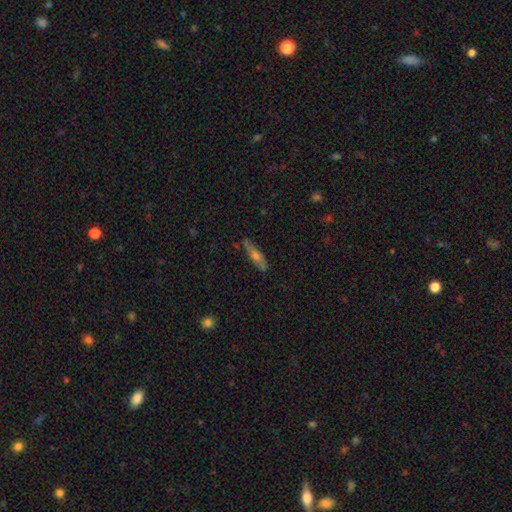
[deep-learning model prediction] smooth 49%, featured or disk 43%, star or artifact 9%. Down the decision tree: merging — none (79%).